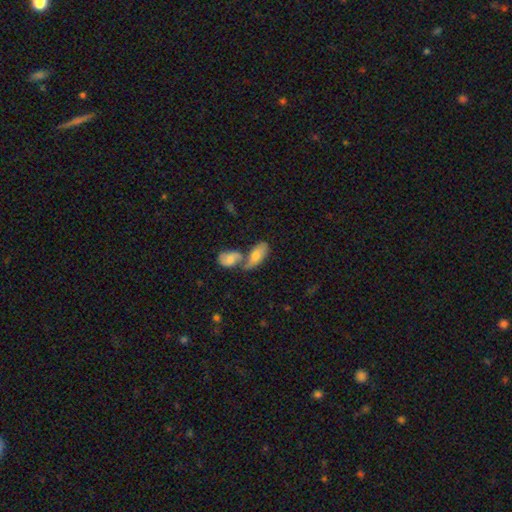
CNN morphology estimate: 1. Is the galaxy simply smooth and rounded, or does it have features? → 65% smooth, 28% featured or disk, 7% star or artifact.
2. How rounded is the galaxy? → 86% in between, 10% cigar-shaped, 4% round.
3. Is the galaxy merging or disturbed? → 63% merger, 22% none, 9% minor disturbance, 6% major disturbance.